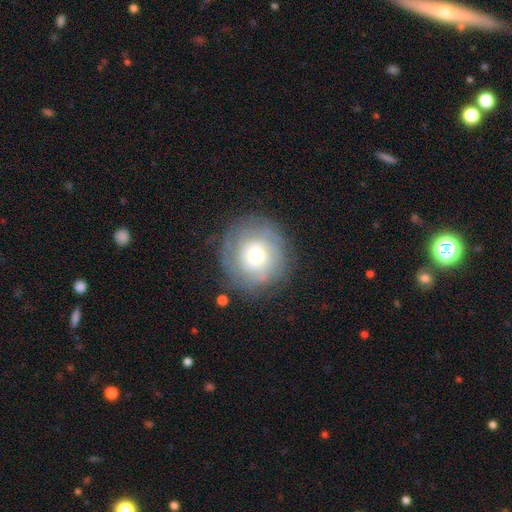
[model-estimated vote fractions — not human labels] Q: Smooth or featured?
A: featured or disk (52%); runner-up: smooth (38%)
Q: Edge-on disk?
A: no (97%); runner-up: yes (3%)
Q: Bar?
A: no (81%); runner-up: weak (15%)
Q: Spiral arms?
A: yes (71%); runner-up: no (29%)
Q: Bulge size?
A: moderate (56%); runner-up: small (27%)
Q: Merging?
A: none (80%); runner-up: minor disturbance (12%)